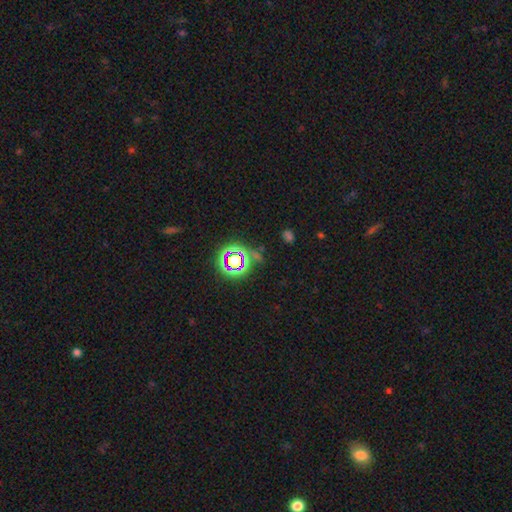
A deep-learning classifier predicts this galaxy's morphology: Smooth or featured? star or artifact (71%)